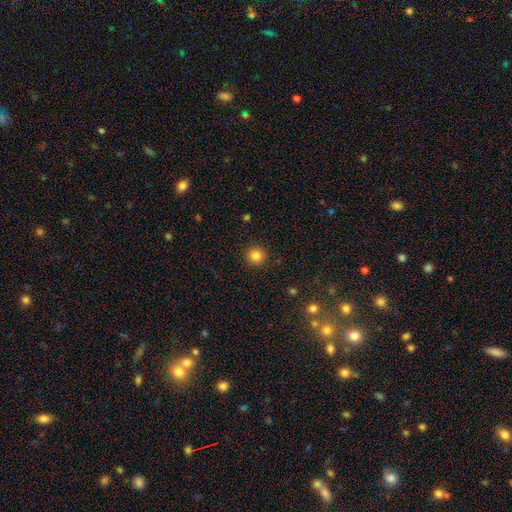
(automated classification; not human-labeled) Smooth or featured: smooth — 85% (star or artifact — 11%)
How rounded: round — 93% (in between — 6%)
Merging: none — 91% (minor disturbance — 6%)